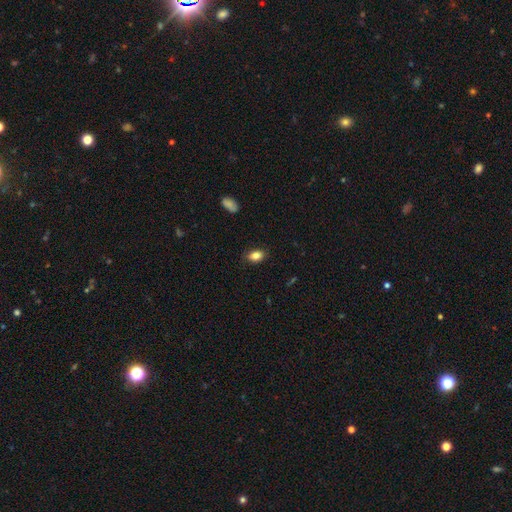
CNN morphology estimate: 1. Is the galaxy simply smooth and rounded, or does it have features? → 84% smooth, 9% star or artifact, 7% featured or disk.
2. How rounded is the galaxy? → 85% in between, 13% round, 2% cigar-shaped.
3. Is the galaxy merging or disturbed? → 84% none, 13% minor disturbance, 3% major disturbance, 1% merger.